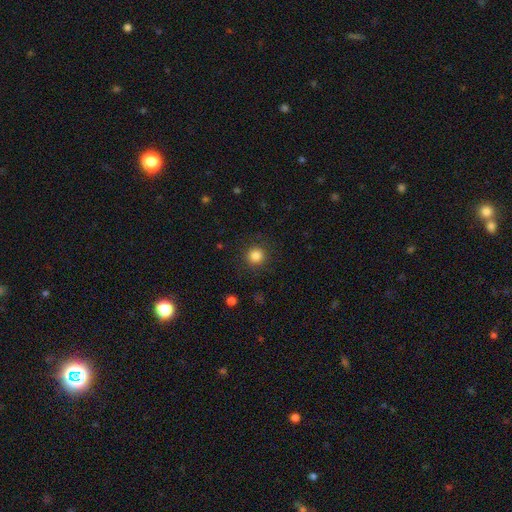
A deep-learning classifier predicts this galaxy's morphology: This is clearly a smooth galaxy (84%). How rounded: clearly round (93%). Merging: clearly none (89%).